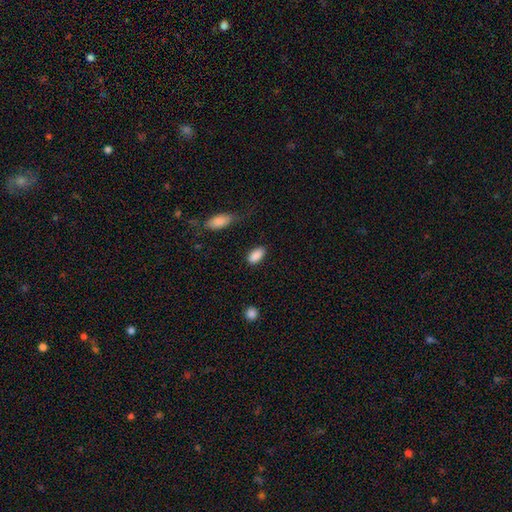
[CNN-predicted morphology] smooth 89%, star or artifact 7%, featured or disk 4%. Down the decision tree: how rounded — in between (92%); merging — none (81%).